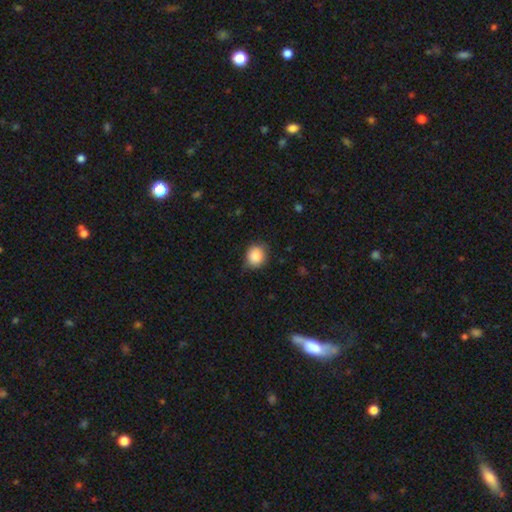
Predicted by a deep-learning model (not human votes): Smooth or featured? Predicted: smooth (p=0.87). How rounded? Predicted: round (p=0.70). Merging? Predicted: none (p=0.77).